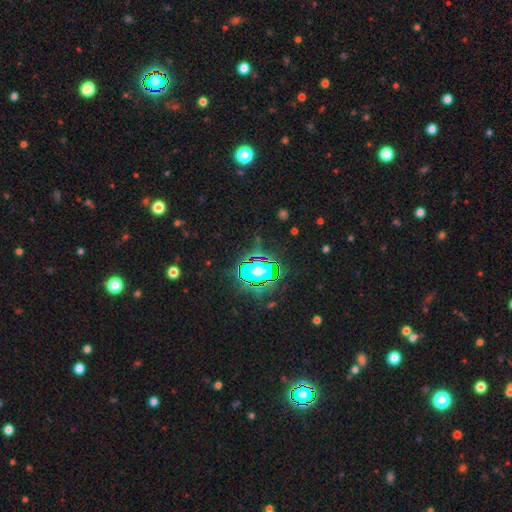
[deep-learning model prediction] This appears to be a star or artifact, not a galaxy (80%).